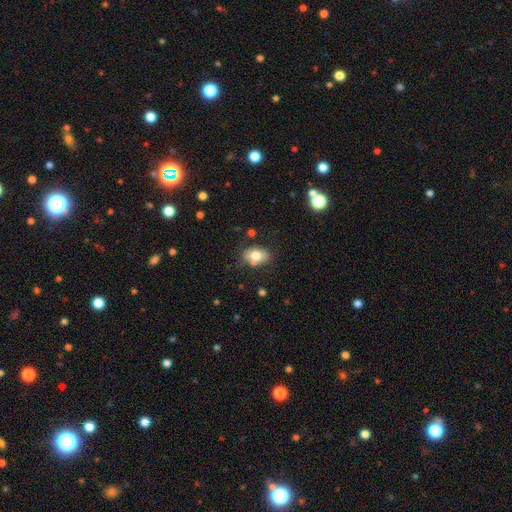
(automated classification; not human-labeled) Smooth or featured? smooth (71%)
How rounded? in between (74%)
Merging? none (73%)